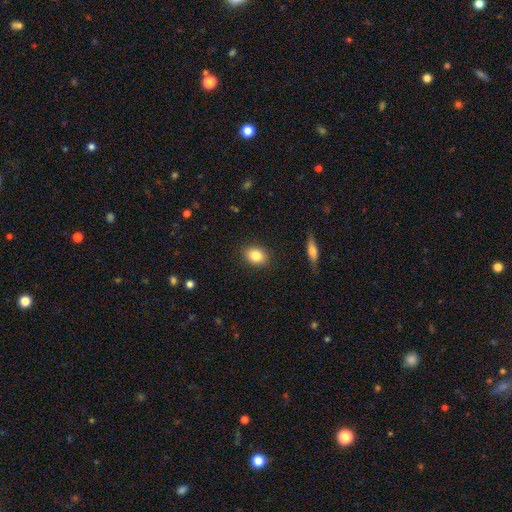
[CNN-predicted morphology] This appears to be a smooth galaxy with no disk features (84%) that is in between round and cigar-shaped (57%). Merging: none (88%).